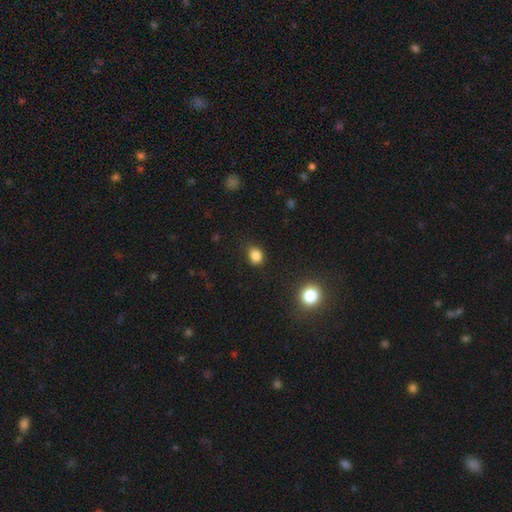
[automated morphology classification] Smooth or featured? smooth (83%)
How rounded? round (56%)
Merging? none (69%)